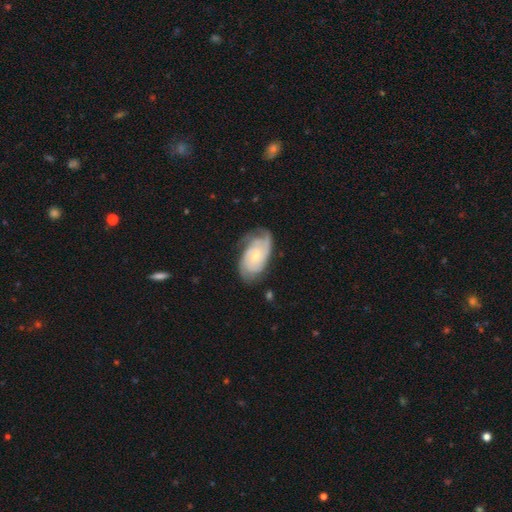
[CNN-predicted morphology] Q: Smooth or featured?
A: featured or disk (78%); runner-up: smooth (16%)
Q: Edge-on disk?
A: no (96%); runner-up: yes (4%)
Q: Bar?
A: no (71%); runner-up: weak (25%)
Q: Spiral arms?
A: yes (94%); runner-up: no (6%)
Q: Spiral winding?
A: tight (60%); runner-up: medium (30%)
Q: Spiral arm count?
A: 2 (38%); runner-up: can't tell (30%)
Q: Bulge size?
A: small (58%); runner-up: moderate (37%)
Q: Merging?
A: none (62%); runner-up: minor disturbance (25%)